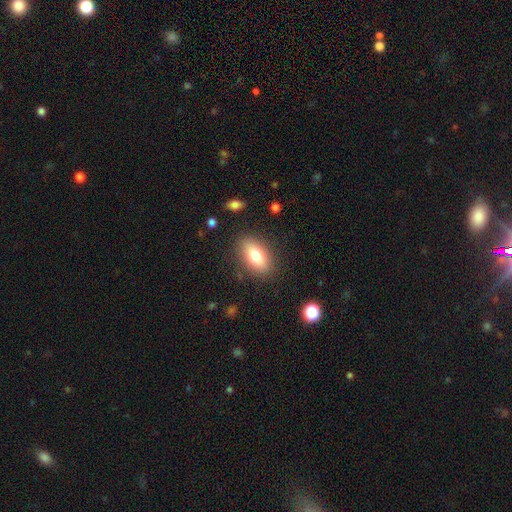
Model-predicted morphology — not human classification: Smooth or featured: smooth — 77% (featured or disk — 15%)
How rounded: in between — 87% (round — 7%)
Merging: none — 84% (minor disturbance — 10%)